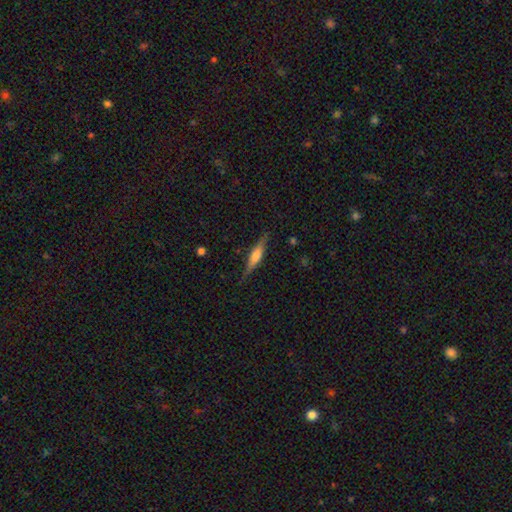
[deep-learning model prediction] This appears to be a featured or disk galaxy (57%) viewed edge-on (96%) with a rounded central bulge (72%). Merging: none (84%).